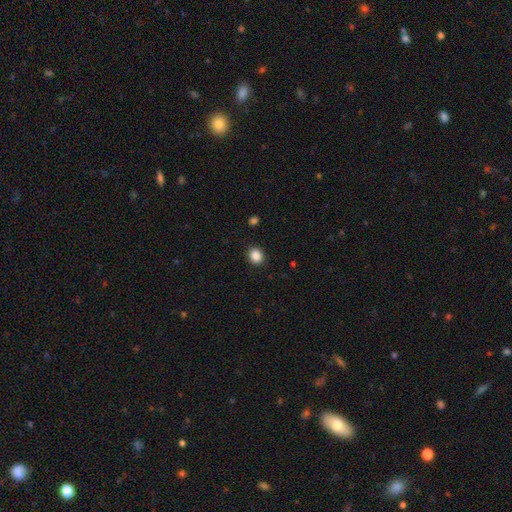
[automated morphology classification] type=smooth (87%); roundness=round (59%); merging=none (88%).